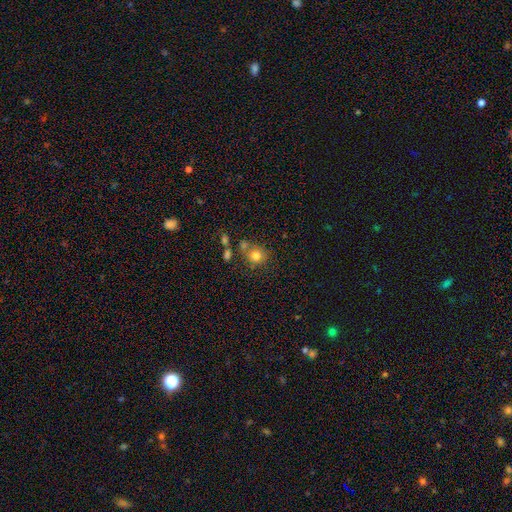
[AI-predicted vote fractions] This is likely a smooth galaxy (78%). How rounded: clearly round (83%). Merging: likely none (63%).